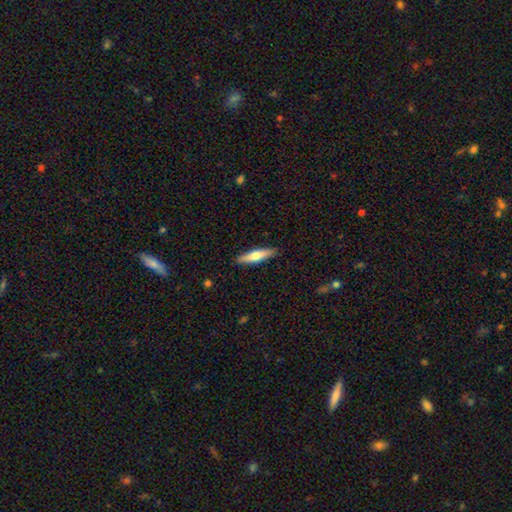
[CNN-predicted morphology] Q: Smooth or featured?
A: smooth (59%); runner-up: featured or disk (36%)
Q: How rounded?
A: cigar-shaped (76%); runner-up: in between (22%)
Q: Merging?
A: none (90%); runner-up: minor disturbance (7%)